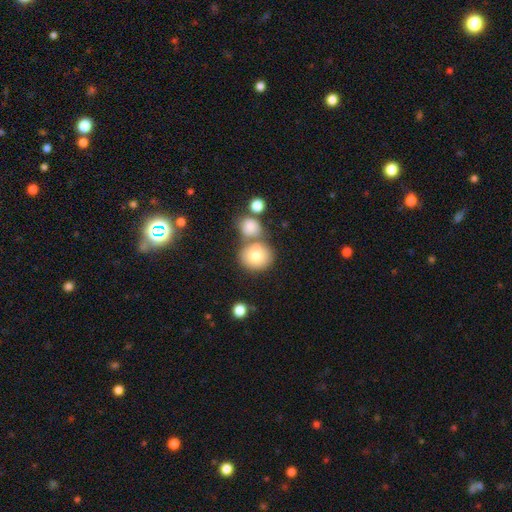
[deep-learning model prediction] A smooth galaxy with no disk features (77%) that is round (78%). Merging: none (51%).